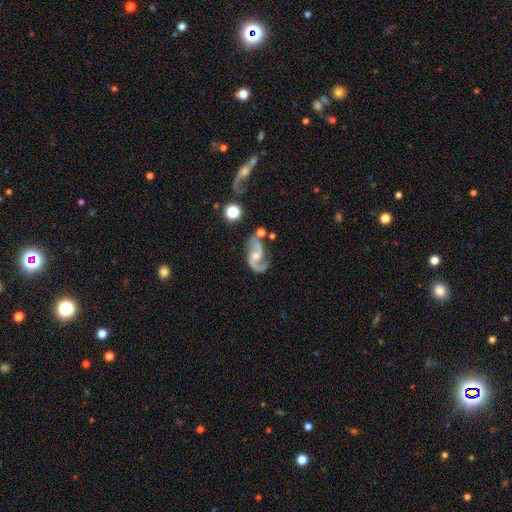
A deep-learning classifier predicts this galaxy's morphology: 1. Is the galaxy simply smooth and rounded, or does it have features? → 87% featured or disk, 7% smooth, 6% star or artifact.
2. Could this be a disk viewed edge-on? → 97% no, 3% yes.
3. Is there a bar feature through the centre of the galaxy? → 53% no, 36% weak, 11% strong.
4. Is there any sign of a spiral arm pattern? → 96% yes, 4% no.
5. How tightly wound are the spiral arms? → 47% medium, 38% loose, 15% tight.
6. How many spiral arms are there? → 86% 2, 8% 1, 3% can't tell, 1% 3, 1% 4, 1% more than 4.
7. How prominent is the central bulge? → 52% moderate, 38% small, 5% none, 4% large, 1% dominant.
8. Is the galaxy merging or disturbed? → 57% none, 21% minor disturbance, 13% major disturbance, 9% merger.